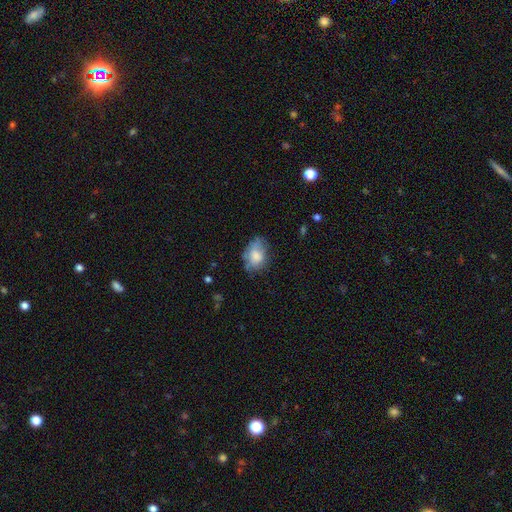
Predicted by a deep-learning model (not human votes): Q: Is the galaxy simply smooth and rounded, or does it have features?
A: smooth — 75%.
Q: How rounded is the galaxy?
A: in between — 77%.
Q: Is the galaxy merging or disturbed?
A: none — 53%.